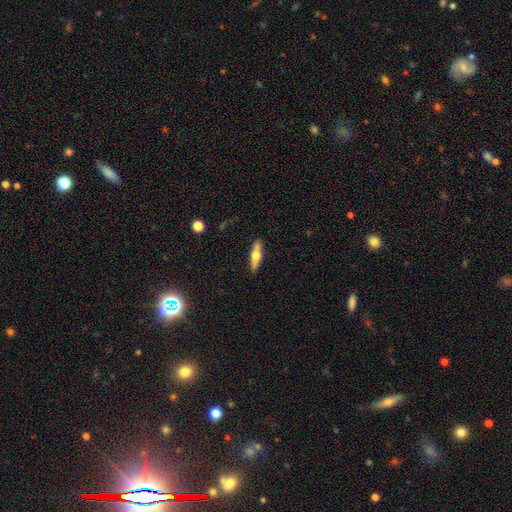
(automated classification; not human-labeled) This appears to be a smooth galaxy with no disk features (48%). Merging: none (85%).